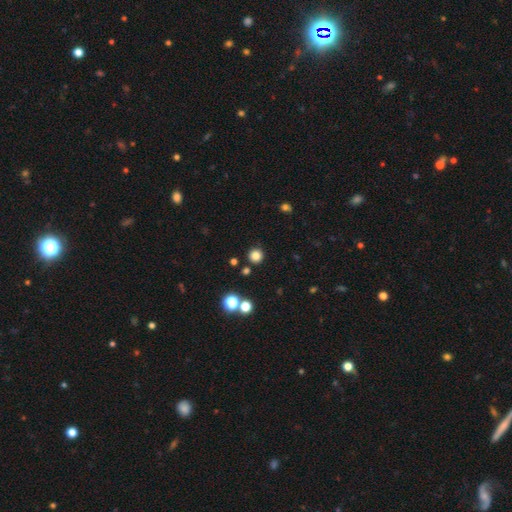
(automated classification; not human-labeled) Smooth or featured?
  - smooth: 82% *
  - star or artifact: 14%
  - featured or disk: 4%
How rounded?
  - round: 95% *
  - in between: 4%
  - cigar-shaped: 1%
Merging?
  - none: 89% *
  - minor disturbance: 5%
  - merger: 3%
  - major disturbance: 2%